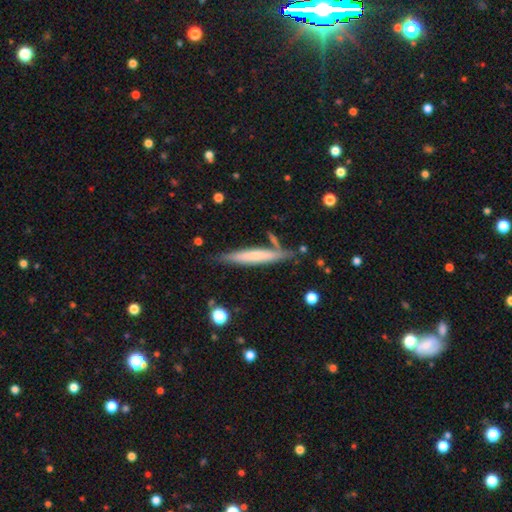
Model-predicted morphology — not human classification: smooth 57%, featured or disk 37%, star or artifact 6%. Down the decision tree: how rounded — cigar-shaped (93%); merging — none (73%).